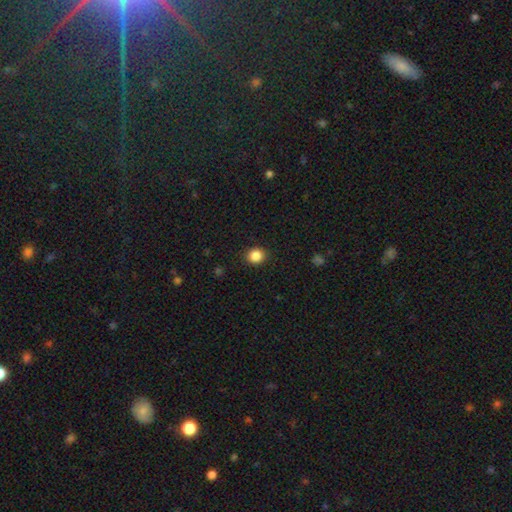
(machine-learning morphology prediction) Q: Smooth or featured?
A: smooth (86%); runner-up: star or artifact (11%)
Q: How rounded?
A: round (82%); runner-up: in between (17%)
Q: Merging?
A: none (91%); runner-up: minor disturbance (6%)